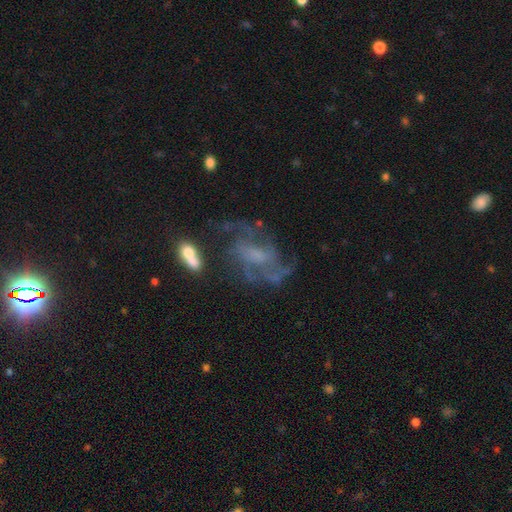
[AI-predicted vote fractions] Smooth or featured? featured or disk (80%)
Edge-on disk? no (96%)
Bar? no (44%)
Spiral arms? yes (88%)
Spiral winding? medium (49%)
Spiral arm count? 2 (30%)
Bulge size? small (35%)
Merging? none (54%)